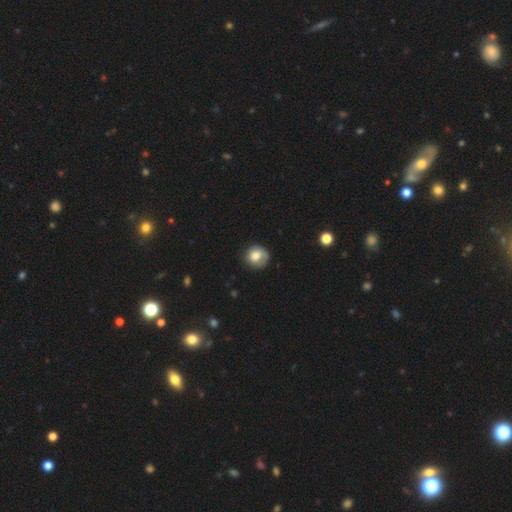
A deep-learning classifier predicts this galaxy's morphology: Smooth or featured? smooth (74%)
How rounded? round (85%)
Merging? none (70%)